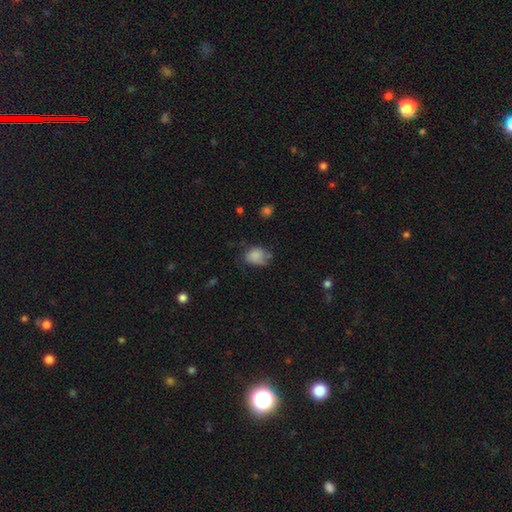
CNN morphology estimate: smooth-or-featured: smooth: 80% | featured or disk: 10% | star or artifact: 10%
  how-rounded: in between: 60% | round: 39% | cigar-shaped: 1%
  merging: none: 49% | minor disturbance: 34% | major disturbance: 13% | merger: 4%